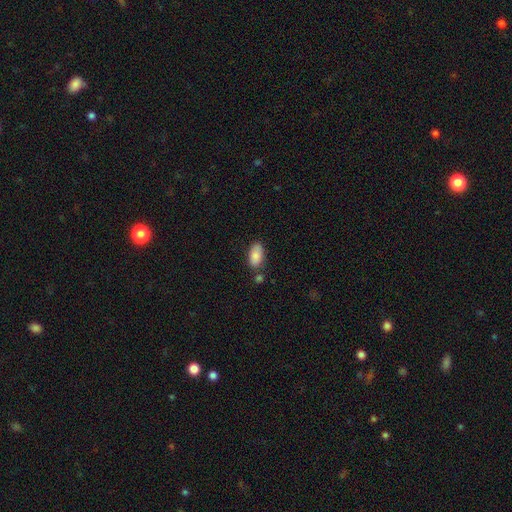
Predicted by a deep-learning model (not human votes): smooth-or-featured: smooth: 86% | featured or disk: 7% | star or artifact: 7%
  how-rounded: in between: 93% | cigar-shaped: 4% | round: 3%
  merging: none: 72% | minor disturbance: 16% | merger: 9% | major disturbance: 4%